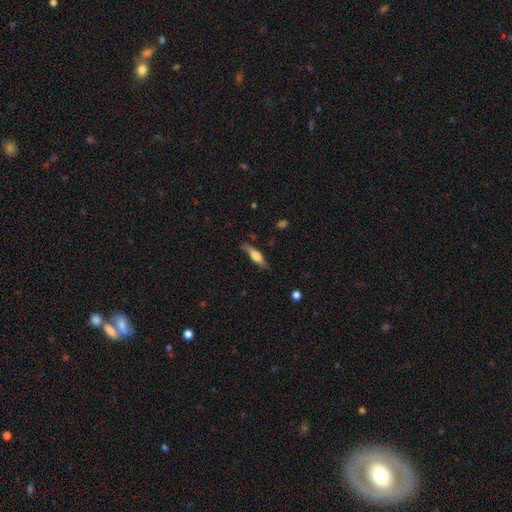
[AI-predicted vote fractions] smooth-or-featured: smooth: 54% | featured or disk: 39% | star or artifact: 6%
  how-rounded: cigar-shaped: 62% | in between: 36% | round: 3%
  merging: none: 69% | minor disturbance: 23% | major disturbance: 6% | merger: 2%